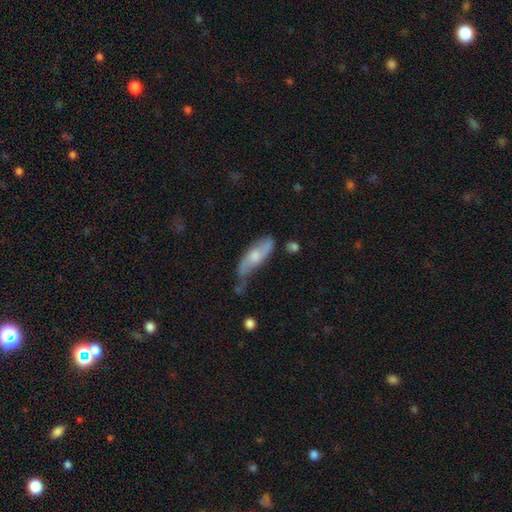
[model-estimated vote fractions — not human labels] Smooth or featured? featured or disk (51%)
Edge-on disk? no (74%)
Merging? none (45%)